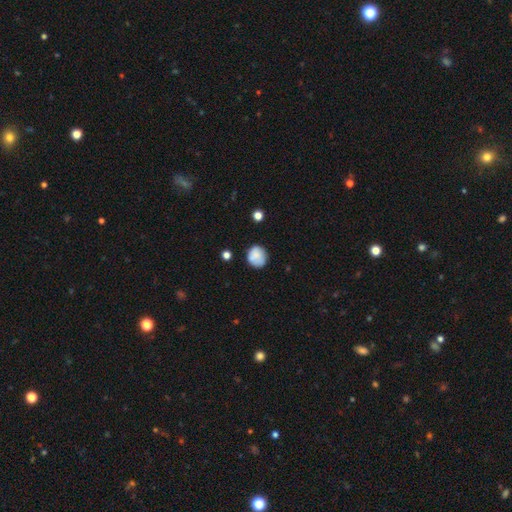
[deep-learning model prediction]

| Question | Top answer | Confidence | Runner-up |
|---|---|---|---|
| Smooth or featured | smooth | 80% | featured or disk (11%) |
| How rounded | round | 78% | in between (21%) |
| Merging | none | 71% | minor disturbance (20%) |